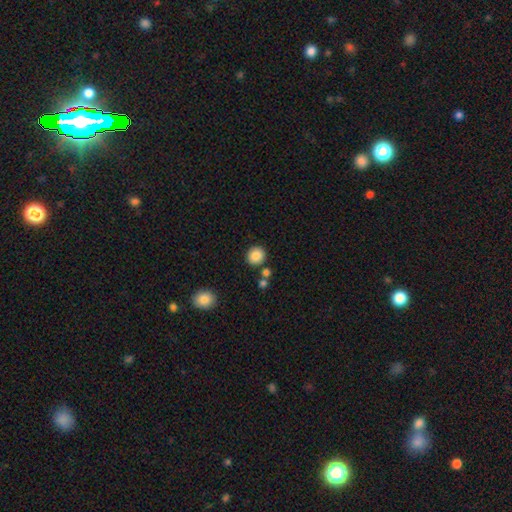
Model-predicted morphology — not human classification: Smooth or featured?
  - smooth: 86% *
  - star or artifact: 9%
  - featured or disk: 5%
How rounded?
  - round: 89% *
  - in between: 11%
  - cigar-shaped: 1%
Merging?
  - none: 84% *
  - minor disturbance: 7%
  - merger: 7%
  - major disturbance: 2%